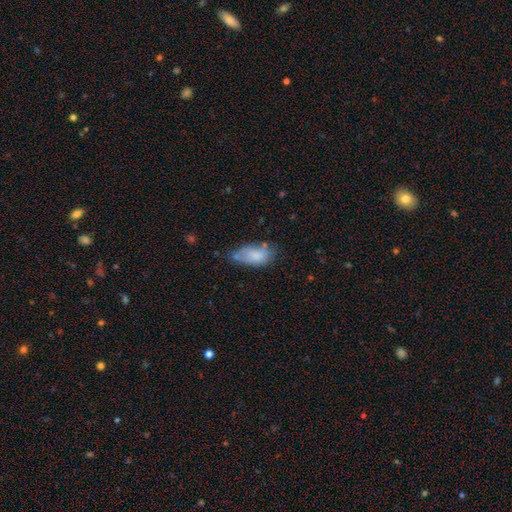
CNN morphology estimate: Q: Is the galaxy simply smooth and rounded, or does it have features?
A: smooth — 75%.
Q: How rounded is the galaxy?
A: in between — 90%.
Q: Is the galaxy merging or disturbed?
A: none — 44%.